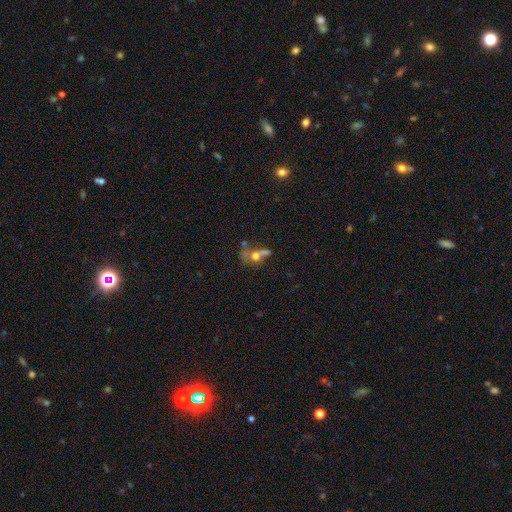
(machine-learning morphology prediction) Smooth or featured? smooth (50%)
Merging? merger (40%)